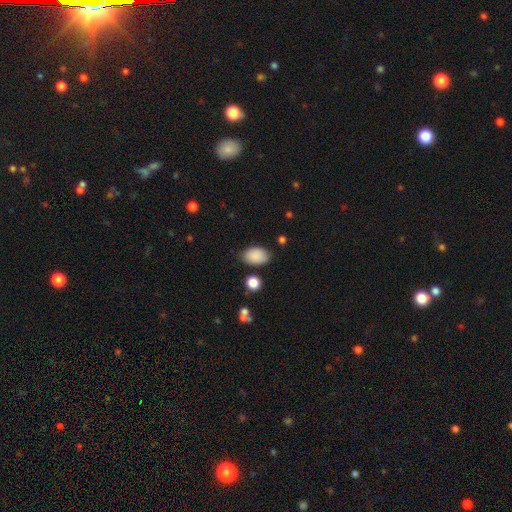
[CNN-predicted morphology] Overall: smooth (88%). How rounded: in between (88%). Merging: none (79%).